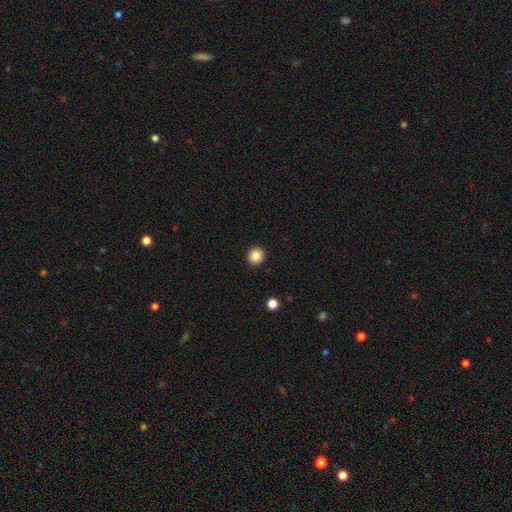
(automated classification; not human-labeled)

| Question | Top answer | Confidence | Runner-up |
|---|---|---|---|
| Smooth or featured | smooth | 85% | star or artifact (10%) |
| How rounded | round | 92% | in between (7%) |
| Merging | none | 93% | minor disturbance (4%) |